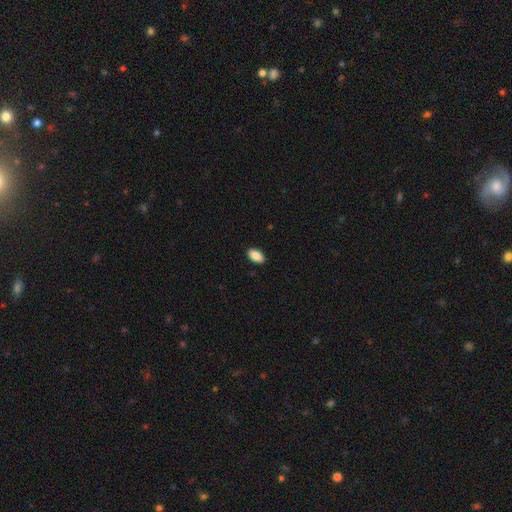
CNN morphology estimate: smooth 89%, star or artifact 7%, featured or disk 4%. Down the decision tree: how rounded — in between (94%); merging — none (89%).